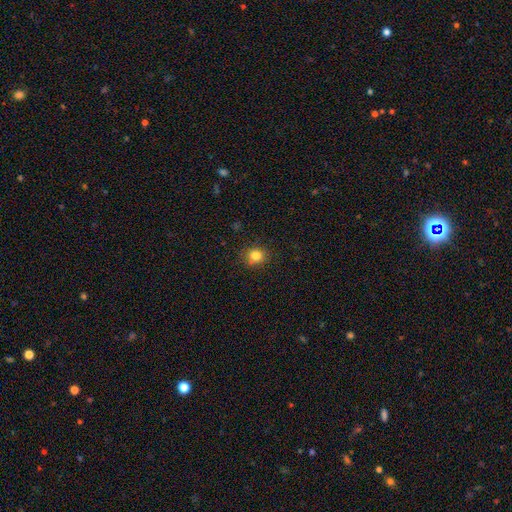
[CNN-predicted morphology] Overall: smooth (81%). How rounded: round (79%). Merging: none (79%).